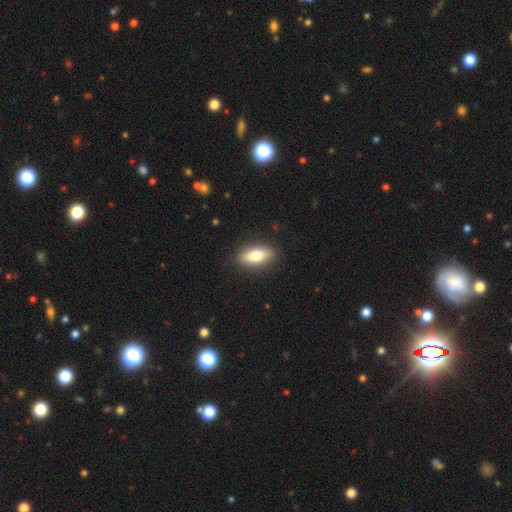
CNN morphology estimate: A smooth galaxy with no disk features (73%) that is in between round and cigar-shaped (73%). Merging: none (88%).